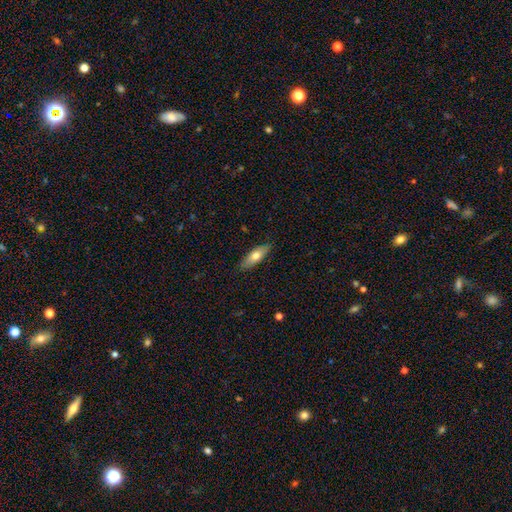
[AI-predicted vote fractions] This is likely a smooth galaxy (68%). How rounded: possibly in between (58%). Merging: clearly none (87%).